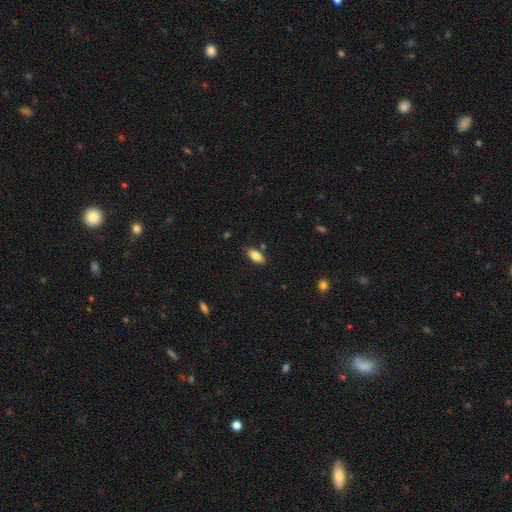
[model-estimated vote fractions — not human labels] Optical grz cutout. It shows a smooth galaxy with no disk features (83%) that is in between round and cigar-shaped (87%). Merging: none (82%).